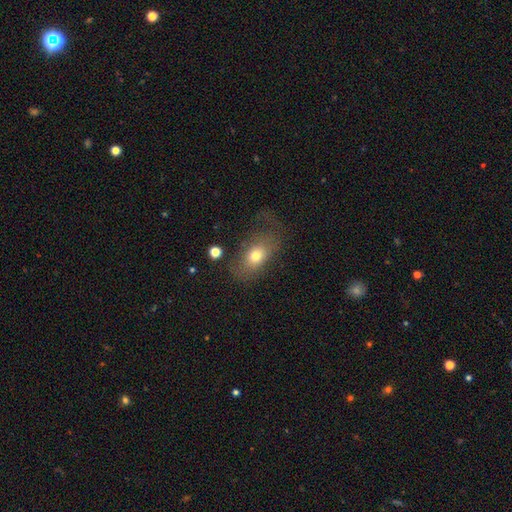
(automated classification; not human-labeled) The model was most divided on "merging": none: 45%, major disturbance: 30%, minor disturbance: 22%, merger: 3%. More confident: how rounded — in between (83%); smooth or featured — smooth (69%).